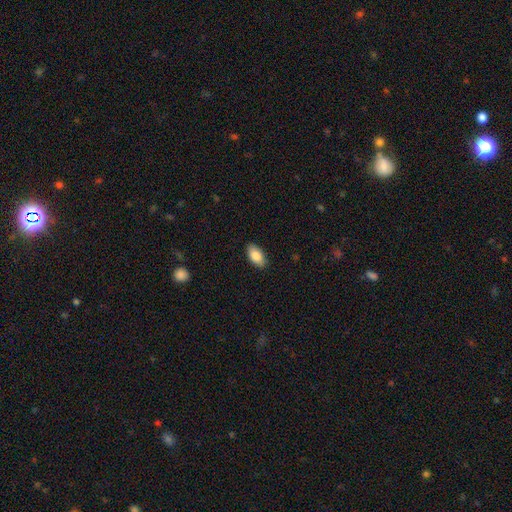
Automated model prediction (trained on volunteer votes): smooth_or_featured: smooth (p=0.85) [alt: featured or disk p=0.08]
how_rounded: in between (p=0.94) [alt: round p=0.03]
merging: none (p=0.88) [alt: minor disturbance p=0.09]